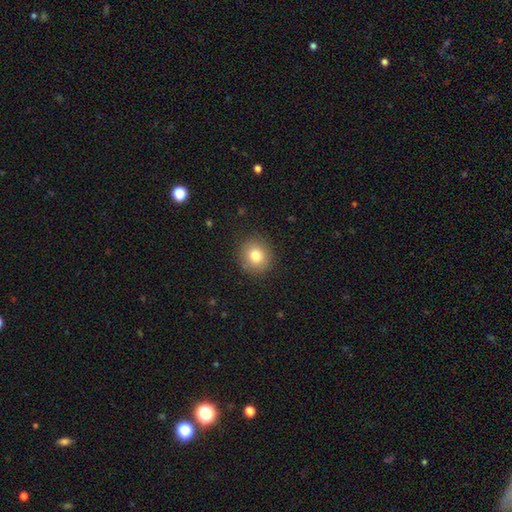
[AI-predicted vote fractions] Morphology: type=smooth (79%); roundness=round (87%); merging=none (88%).